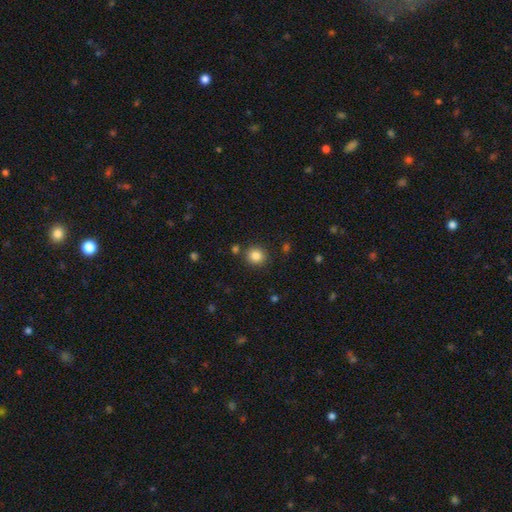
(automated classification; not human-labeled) This appears to be a smooth galaxy with no disk features (85%) that is round (87%). Merging: none (85%).